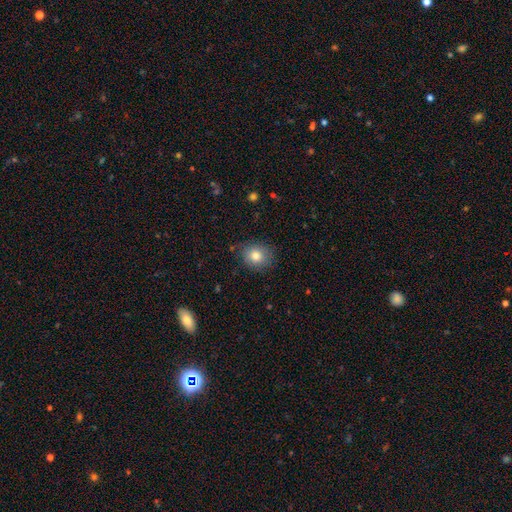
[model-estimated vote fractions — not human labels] smooth 80%, featured or disk 10%, star or artifact 10%. Down the decision tree: how rounded — round (68%); merging — none (81%).